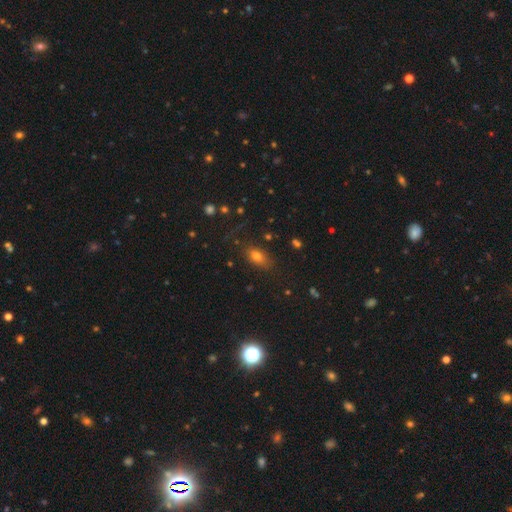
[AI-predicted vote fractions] Smooth or featured? smooth (74%)
How rounded? in between (80%)
Merging? none (75%)